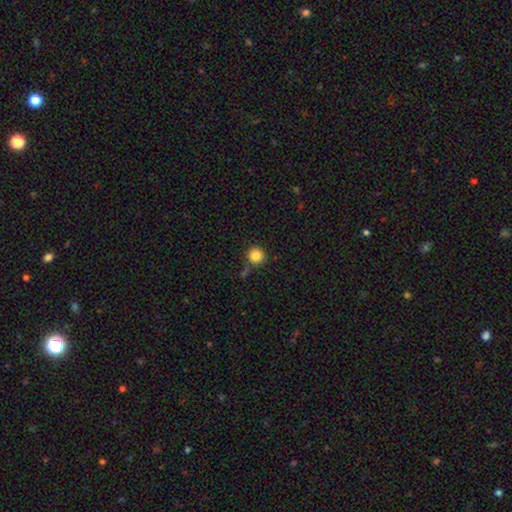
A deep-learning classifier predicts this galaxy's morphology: smooth-or-featured: smooth: 84% | star or artifact: 11% | featured or disk: 5%
  how-rounded: round: 94% | in between: 5% | cigar-shaped: 1%
  merging: none: 79% | minor disturbance: 11% | merger: 7% | major disturbance: 3%